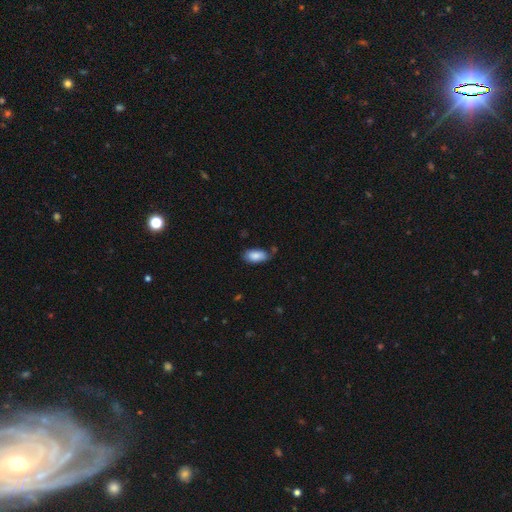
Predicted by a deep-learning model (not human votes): Q: Smooth or featured?
A: smooth (86%); runner-up: featured or disk (8%)
Q: How rounded?
A: in between (93%); runner-up: cigar-shaped (5%)
Q: Merging?
A: none (69%); runner-up: minor disturbance (24%)